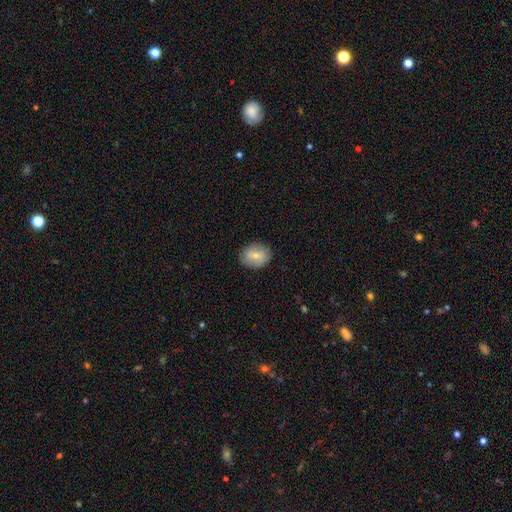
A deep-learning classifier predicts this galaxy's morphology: This appears to be a smooth galaxy with no disk features (69%) that is in between round and cigar-shaped (51%). Merging: none (83%).